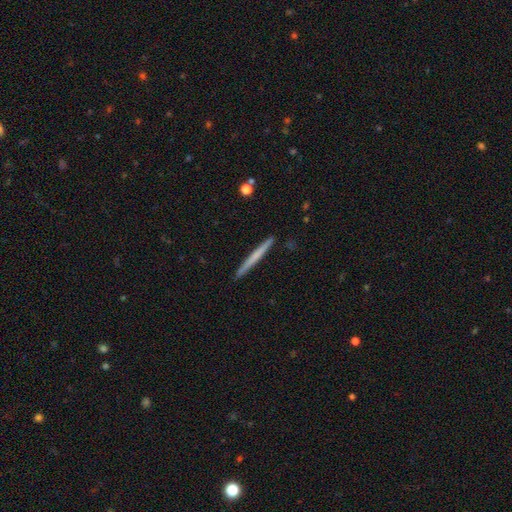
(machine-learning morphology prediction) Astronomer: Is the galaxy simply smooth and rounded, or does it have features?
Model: smooth — 53% (runner-up: featured or disk, 42%).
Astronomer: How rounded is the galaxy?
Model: cigar-shaped — 97%.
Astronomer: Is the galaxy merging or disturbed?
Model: none — 92%.